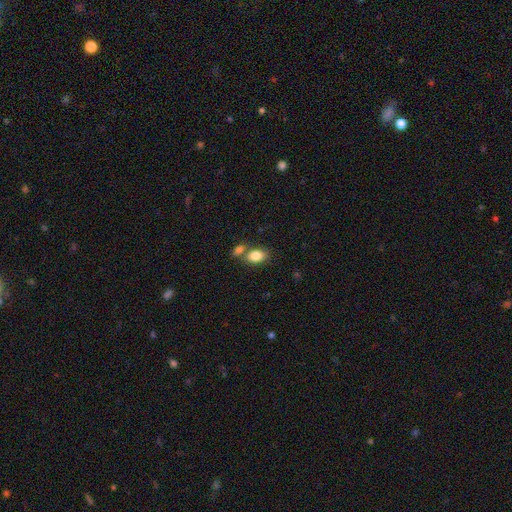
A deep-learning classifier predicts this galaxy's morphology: smooth 84%, featured or disk 8%, star or artifact 8%. Down the decision tree: how rounded — in between (85%); merging — none (55%).